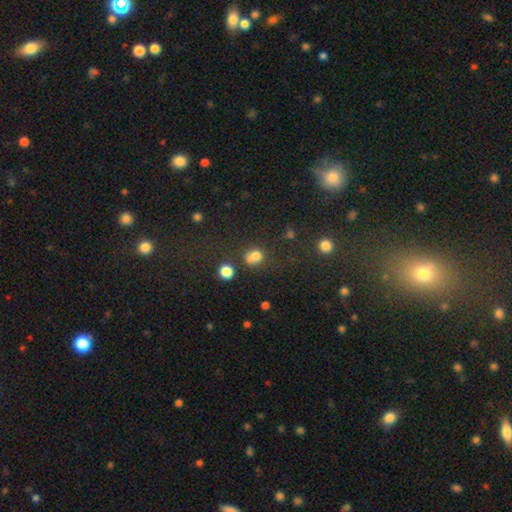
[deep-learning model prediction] Smooth or featured: smooth — 74% (star or artifact — 16%)
How rounded: round — 70% (in between — 29%)
Merging: none — 44% (merger — 31%)